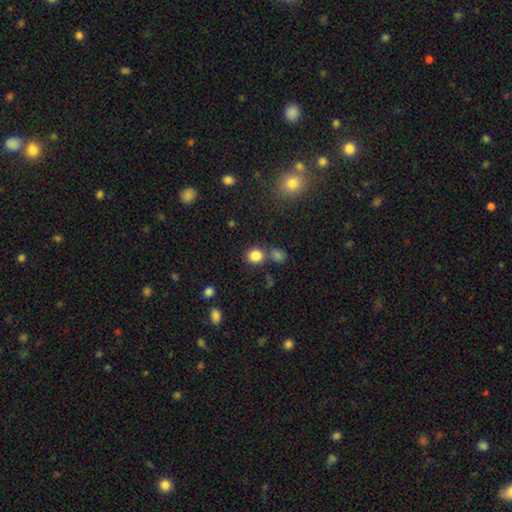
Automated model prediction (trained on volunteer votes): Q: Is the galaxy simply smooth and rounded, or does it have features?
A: smooth — 84%.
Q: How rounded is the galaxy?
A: round — 76%.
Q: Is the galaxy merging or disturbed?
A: none — 70%.